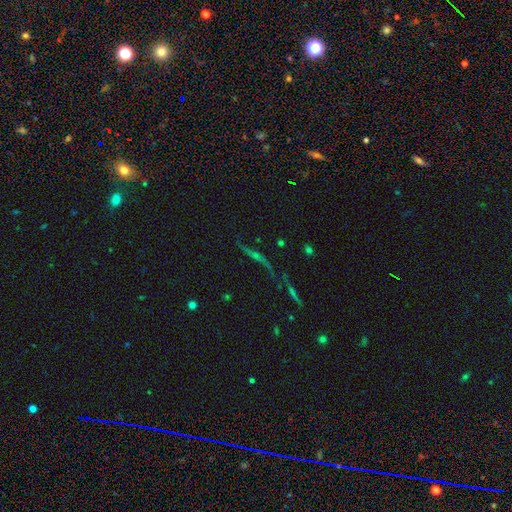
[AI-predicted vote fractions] A featured or disk galaxy (47%). Merging: none (56%).